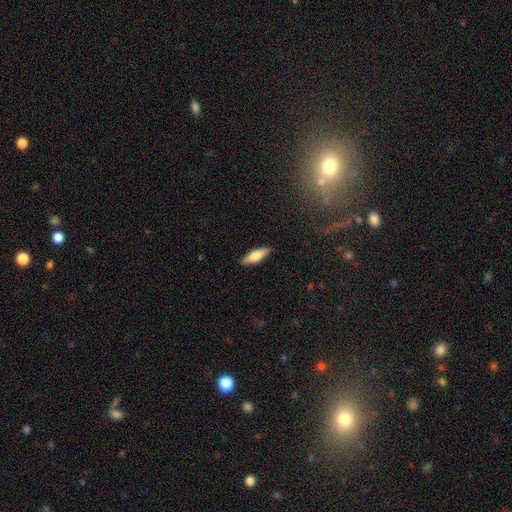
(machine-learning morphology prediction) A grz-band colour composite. It shows a smooth galaxy with no disk features (61%) that is cigar-shaped (49%). Merging: none (89%).